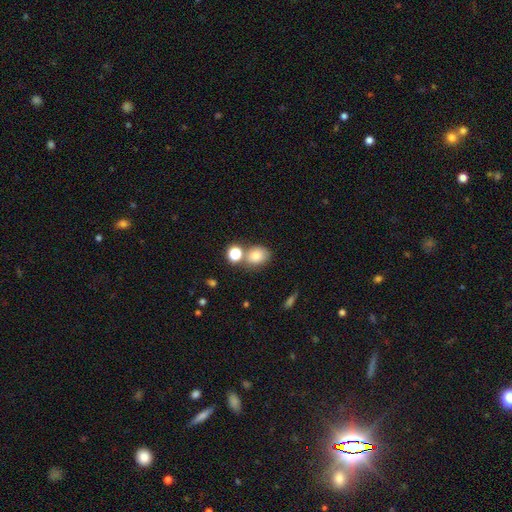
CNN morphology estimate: This appears to be a smooth galaxy with no disk features (78%) that is round (53%). Merging: none (60%).